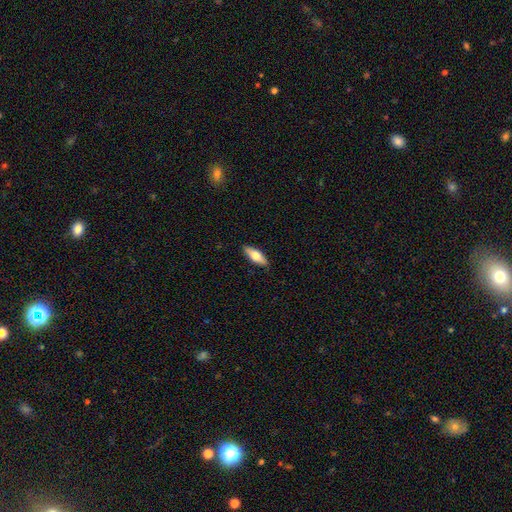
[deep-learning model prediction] Smooth or featured? smooth (61%)
How rounded? in between (62%)
Merging? none (89%)